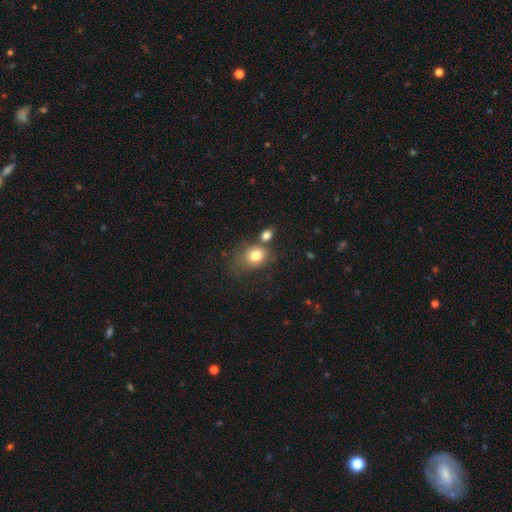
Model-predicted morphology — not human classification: The model was most divided on "how rounded": in between: 55%, round: 44%, cigar-shaped: 1%. Remaining: smooth or featured — smooth (78%); merging — none (46%).